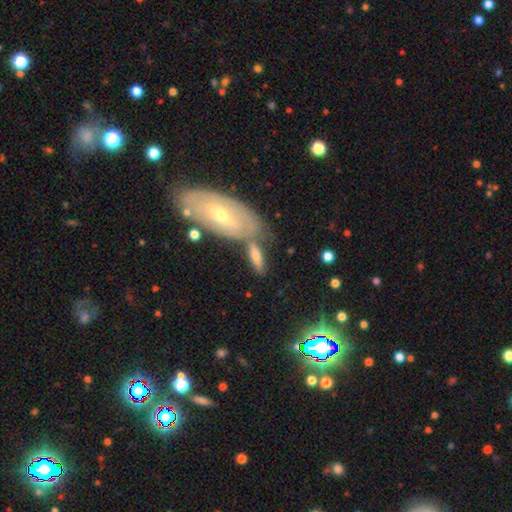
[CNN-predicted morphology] Q: Smooth or featured?
A: smooth (63%); runner-up: featured or disk (30%)
Q: How rounded?
A: in between (61%); runner-up: cigar-shaped (36%)
Q: Merging?
A: none (50%); runner-up: merger (29%)